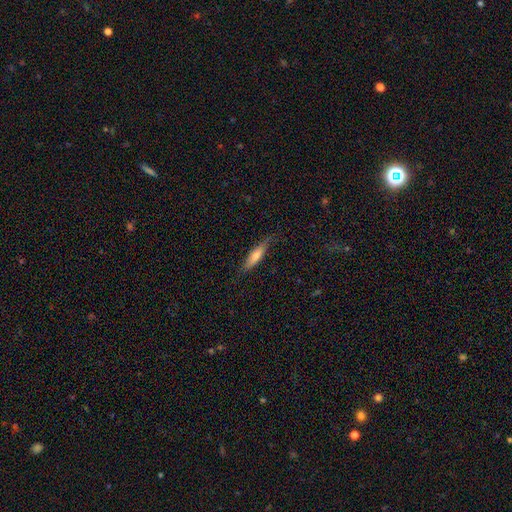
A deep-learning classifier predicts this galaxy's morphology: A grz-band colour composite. It shows a smooth galaxy with no disk features (61%) that is cigar-shaped (76%). Merging: none (73%).